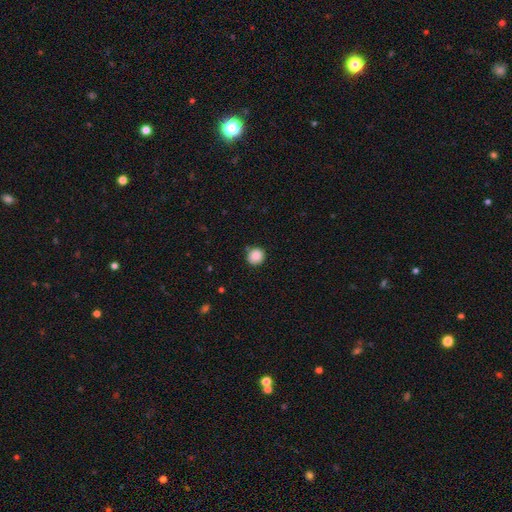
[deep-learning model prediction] A smooth galaxy with no disk features (88%) that is round (91%).

Vote fractions:
- Smooth or featured? smooth: 88% / star or artifact: 9% / featured or disk: 3%
- How rounded? round: 91% / in between: 8% / cigar-shaped: 1%
- Merging? none: 86% / minor disturbance: 9% / merger: 3% / major disturbance: 2%